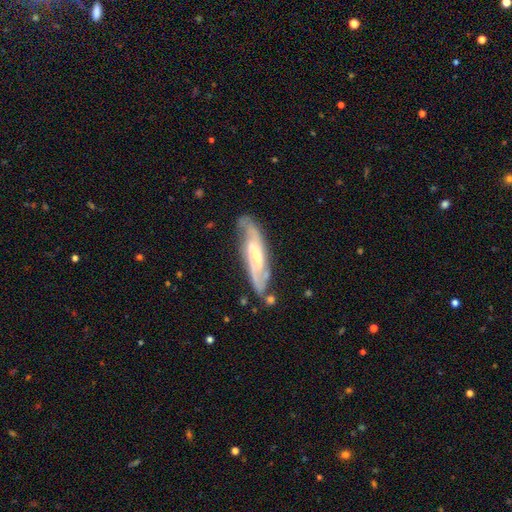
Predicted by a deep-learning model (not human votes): Smooth or featured? featured or disk (82%)
Edge-on disk? no (80%)
Bar? no (40%, tied with weak)
Spiral arms? yes (94%)
Spiral winding? medium (43%)
Spiral arm count? 2 (68%)
Bulge size? small (54%)
Merging? none (76%)